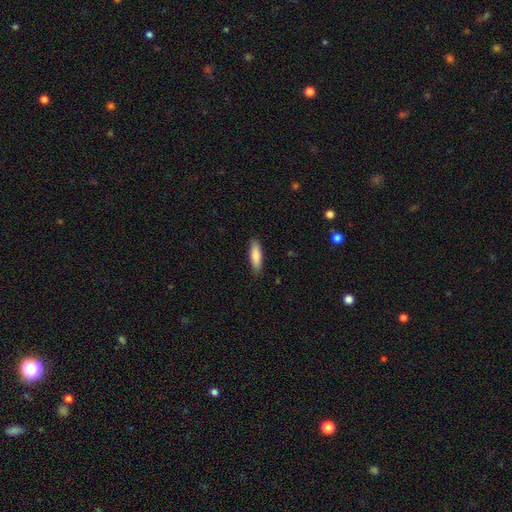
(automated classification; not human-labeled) Smooth or featured? smooth (82%)
How rounded? cigar-shaped (53%)
Merging? none (88%)